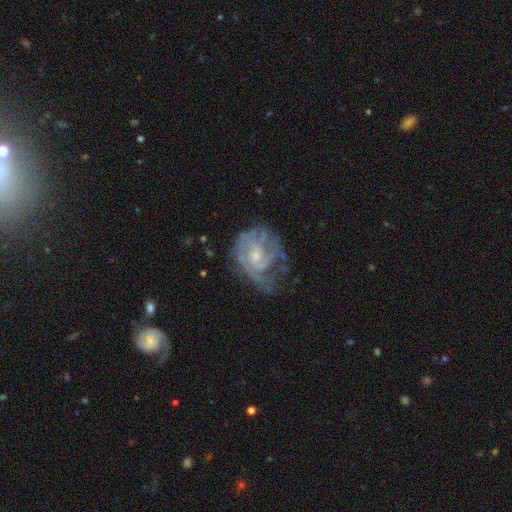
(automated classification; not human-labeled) A featured or disk galaxy (78%) with no bar (64%), tight (52%) spiral arms (86%) and a small central bulge (61%). Merging: none (49%).